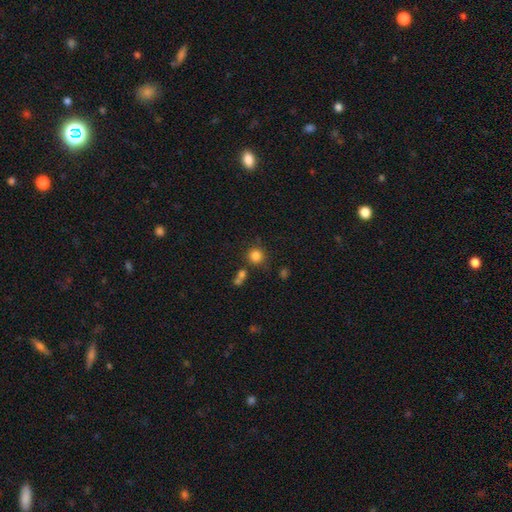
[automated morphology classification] Smooth or featured? smooth (83%)
How rounded? round (91%)
Merging? none (74%)